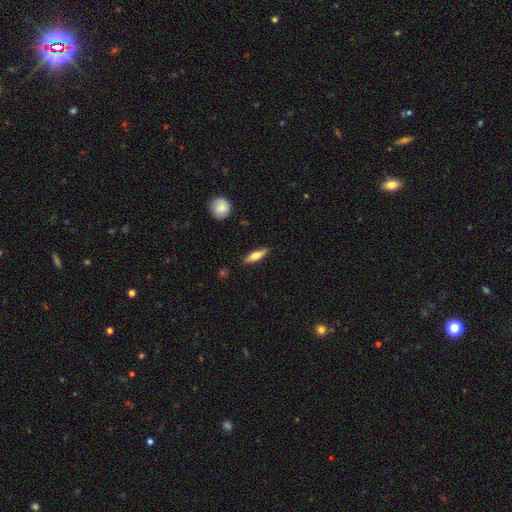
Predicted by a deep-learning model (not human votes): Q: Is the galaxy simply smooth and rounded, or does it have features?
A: smooth — 53%.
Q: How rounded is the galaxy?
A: cigar-shaped — 61%.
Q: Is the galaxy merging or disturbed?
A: none — 88%.